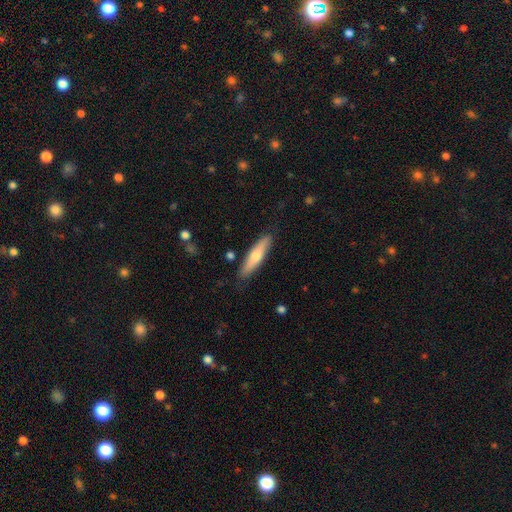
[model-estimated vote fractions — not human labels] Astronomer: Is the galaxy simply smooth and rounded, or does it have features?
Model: smooth — 58% (runner-up: featured or disk, 37%).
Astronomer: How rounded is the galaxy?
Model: cigar-shaped — 80%.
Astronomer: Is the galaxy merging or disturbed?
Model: none — 86%.